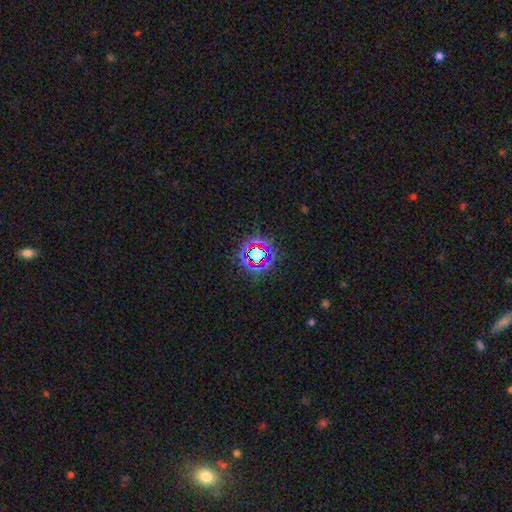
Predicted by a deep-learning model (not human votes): A star or artifact, not a galaxy (68%).

Vote fractions:
- Smooth or featured? star or artifact: 68% / smooth: 20% / featured or disk: 12%